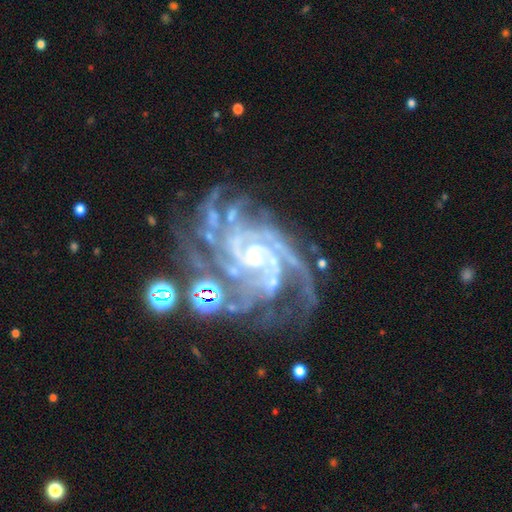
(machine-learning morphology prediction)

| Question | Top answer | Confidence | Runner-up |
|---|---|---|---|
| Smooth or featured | featured or disk | 92% | star or artifact (6%) |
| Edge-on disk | no | 98% | yes (2%) |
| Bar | no | 53% | weak (34%) |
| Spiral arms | yes | 99% | no (1%) |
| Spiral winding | tight | 63% | medium (33%) |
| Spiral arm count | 4 | 25% | 3 (23%) |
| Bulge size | small | 62% | moderate (31%) |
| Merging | none | 59% | minor disturbance (20%) |